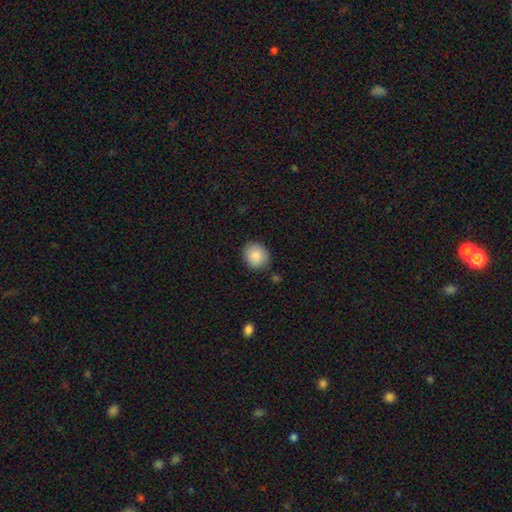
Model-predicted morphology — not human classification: smooth_or_featured: smooth (p=0.87) [alt: star or artifact p=0.08]
how_rounded: round (p=0.71) [alt: in between p=0.28]
merging: none (p=0.85) [alt: minor disturbance p=0.11]